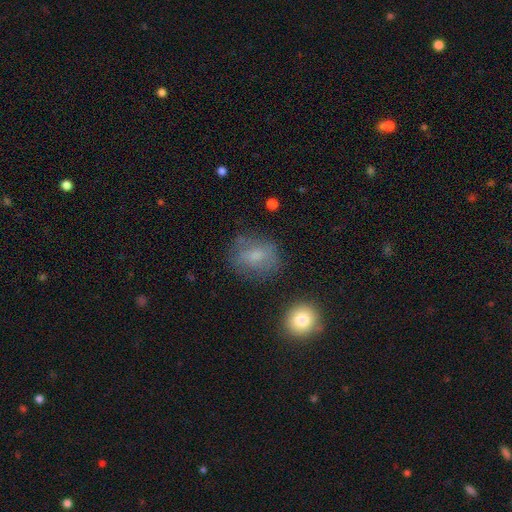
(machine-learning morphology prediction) Smooth or featured: smooth — 65% (featured or disk — 23%)
How rounded: in between — 54% (round — 45%)
Merging: none — 66% (minor disturbance — 21%)